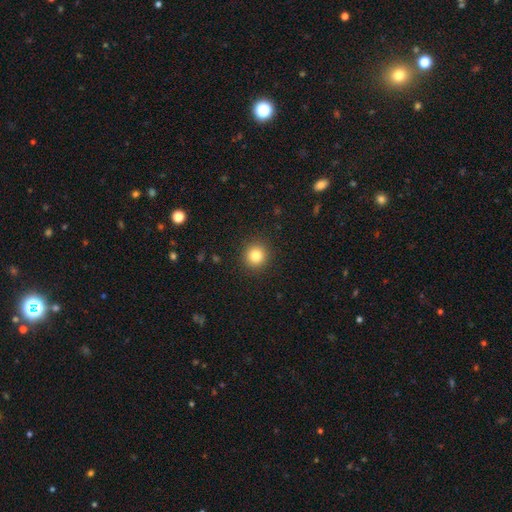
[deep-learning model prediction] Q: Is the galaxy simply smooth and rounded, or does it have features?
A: smooth — 82%.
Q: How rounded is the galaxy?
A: round — 92%.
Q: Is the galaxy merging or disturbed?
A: none — 91%.